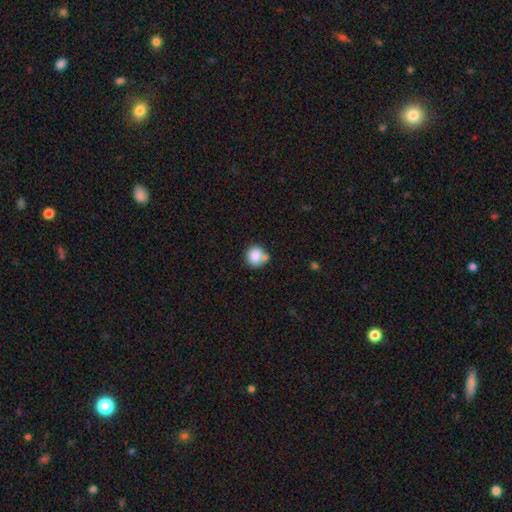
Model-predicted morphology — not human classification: This is clearly a smooth galaxy (84%). How rounded: clearly round (87%). Merging: possibly none (59%).